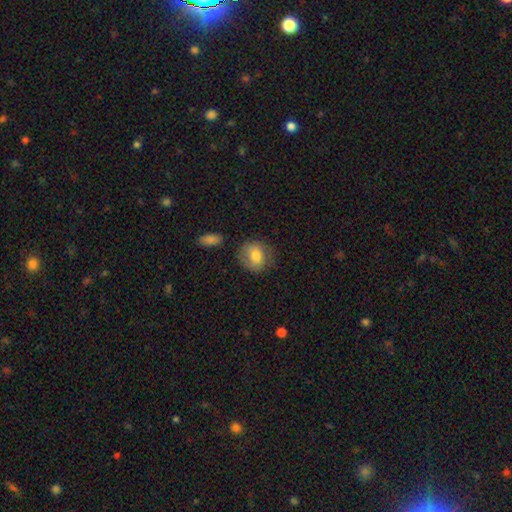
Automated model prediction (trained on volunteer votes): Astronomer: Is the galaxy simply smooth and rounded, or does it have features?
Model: smooth — 75%.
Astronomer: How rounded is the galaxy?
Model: round — 70%.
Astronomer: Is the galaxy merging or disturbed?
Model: none — 73%.